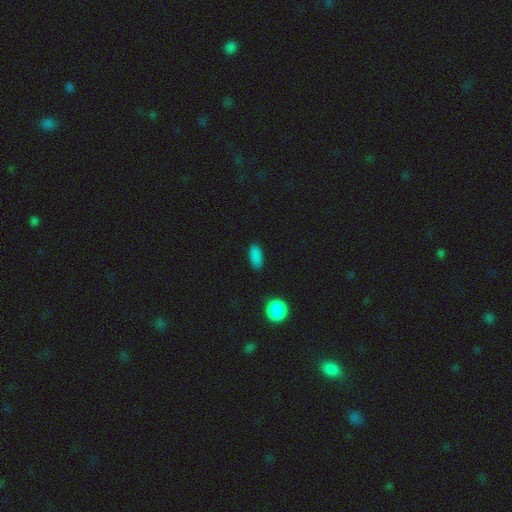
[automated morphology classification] This appears to be a smooth galaxy with no disk features (86%) that is in between round and cigar-shaped (81%). Merging: none (85%).